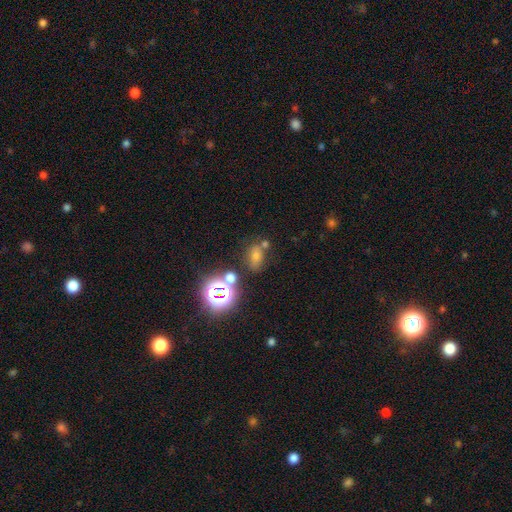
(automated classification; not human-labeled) Overall: smooth (52%; star or artifact 35%). How rounded: in between (62%; round 34%). Merging: none (65%).